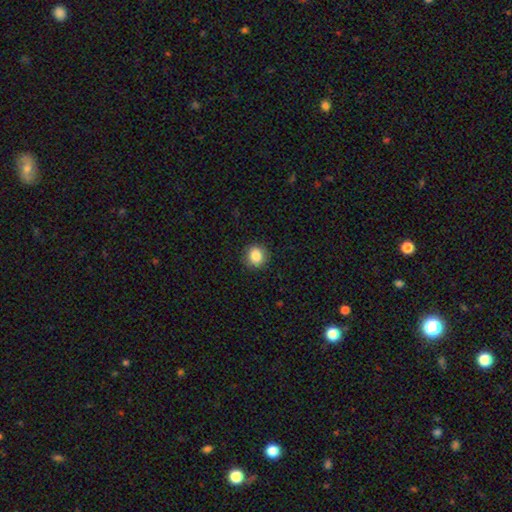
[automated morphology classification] Overall: smooth (85%). How rounded: round (86%). Merging: none (90%).